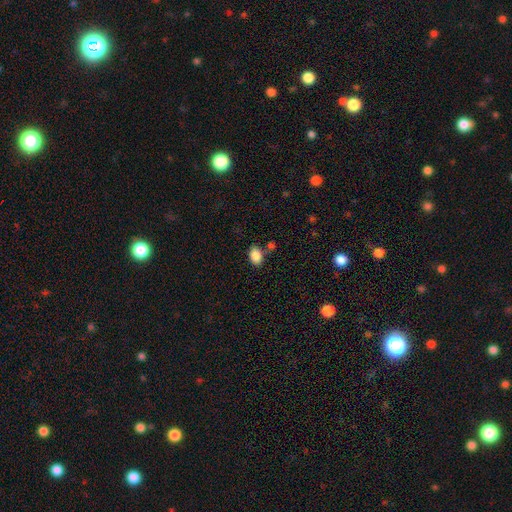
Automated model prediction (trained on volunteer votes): Smooth or featured? smooth (88%)
How rounded? in between (82%)
Merging? none (72%)